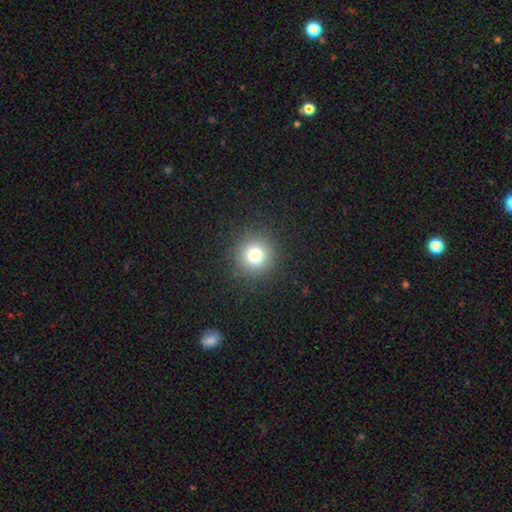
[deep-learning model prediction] Smooth or featured: smooth — 75% (star or artifact — 20%)
How rounded: round — 95% (in between — 4%)
Merging: none — 93% (minor disturbance — 4%)